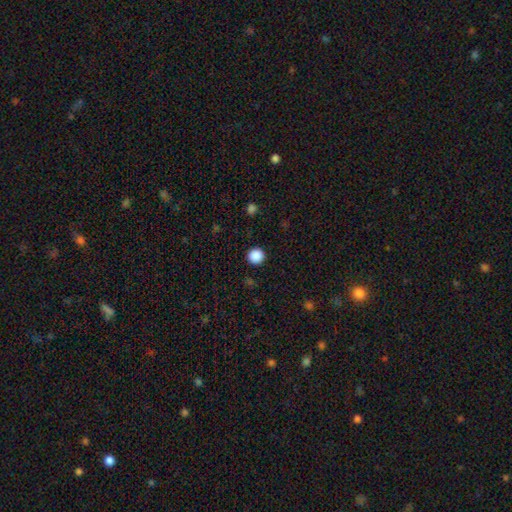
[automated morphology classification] A smooth galaxy with no disk features (88%) that is round (95%). Merging: none (93%).